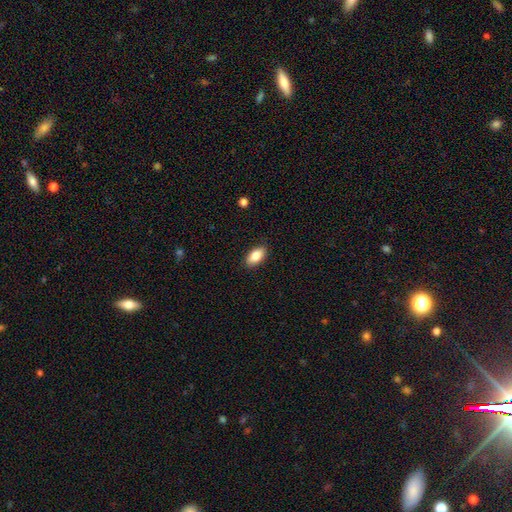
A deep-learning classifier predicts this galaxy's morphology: type=smooth (84%); roundness=in between (92%); merging=none (88%).